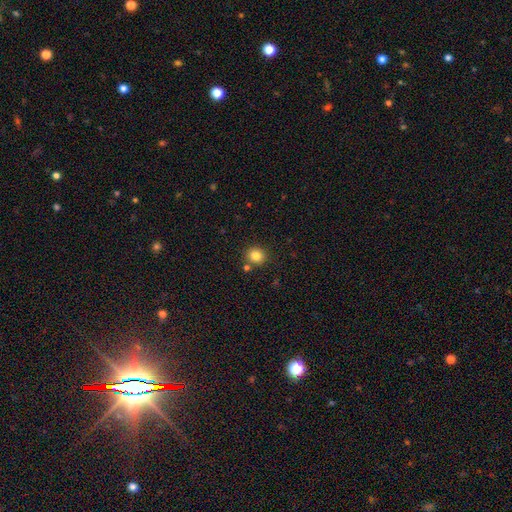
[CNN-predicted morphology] This appears to be a smooth galaxy with no disk features (83%) that is round (85%). Merging: none (83%).